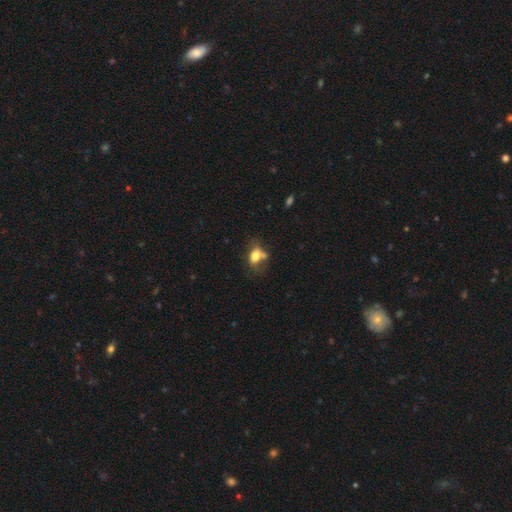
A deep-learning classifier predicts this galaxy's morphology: smooth-or-featured: smooth: 72% | featured or disk: 18% | star or artifact: 10%
  how-rounded: in between: 78% | round: 19% | cigar-shaped: 4%
  merging: none: 40% | merger: 24% | minor disturbance: 23% | major disturbance: 13%